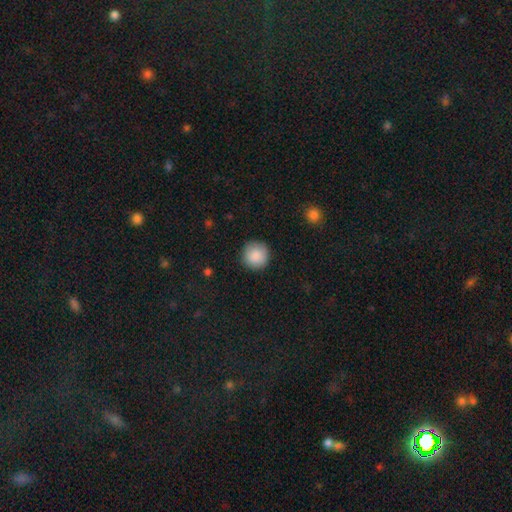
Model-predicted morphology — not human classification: smooth 89%, star or artifact 7%, featured or disk 4%. Down the decision tree: how rounded — round (95%); merging — none (91%).